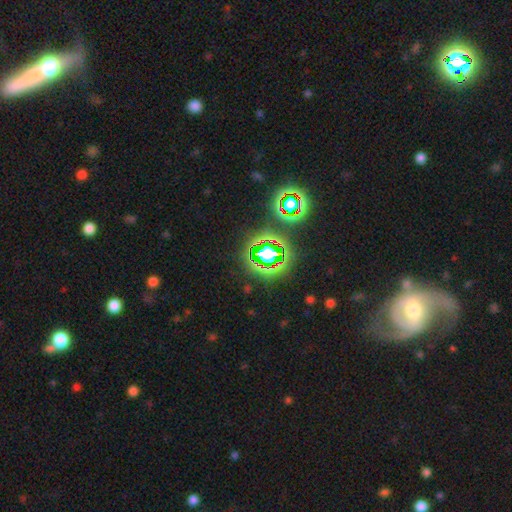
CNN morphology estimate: smooth-or-featured: star or artifact: 69% | featured or disk: 16% | smooth: 15%